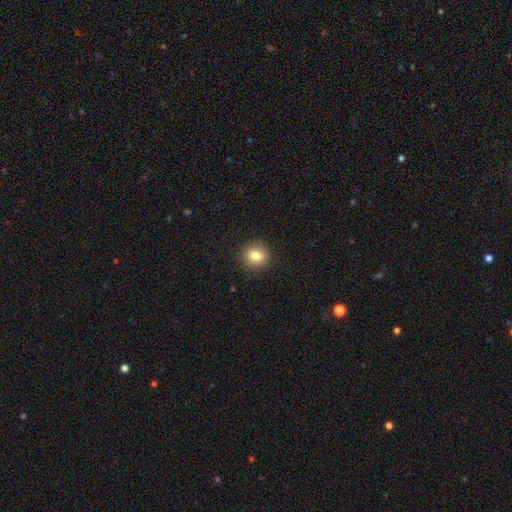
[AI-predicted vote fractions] Smooth or featured?
  - smooth: 81% *
  - star or artifact: 10%
  - featured or disk: 8%
How rounded?
  - round: 89% *
  - in between: 10%
  - cigar-shaped: 1%
Merging?
  - none: 92% *
  - minor disturbance: 5%
  - major disturbance: 2%
  - merger: 1%